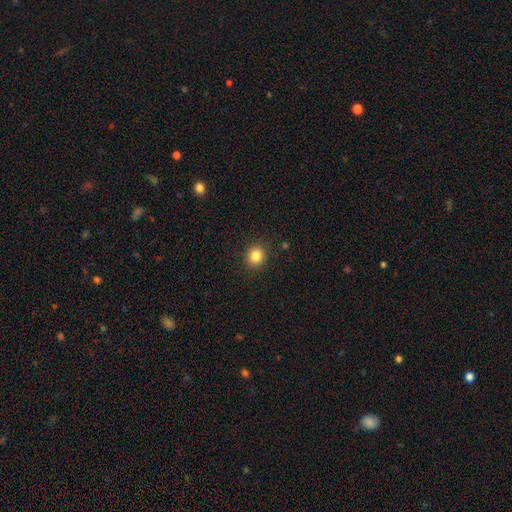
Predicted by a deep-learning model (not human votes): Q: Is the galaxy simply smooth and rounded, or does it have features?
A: smooth — 84%.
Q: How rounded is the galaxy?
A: round — 82%.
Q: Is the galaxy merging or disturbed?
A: none — 91%.